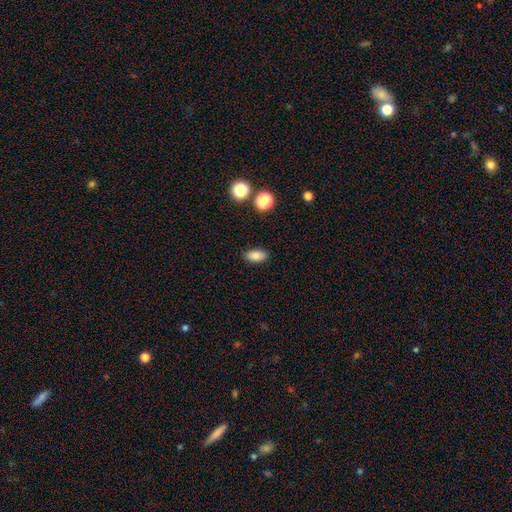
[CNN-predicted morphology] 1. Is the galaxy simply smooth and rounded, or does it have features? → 83% smooth, 10% star or artifact, 7% featured or disk.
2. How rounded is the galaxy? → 89% in between, 6% round, 5% cigar-shaped.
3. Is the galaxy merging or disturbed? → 87% none, 9% minor disturbance, 2% major disturbance, 2% merger.